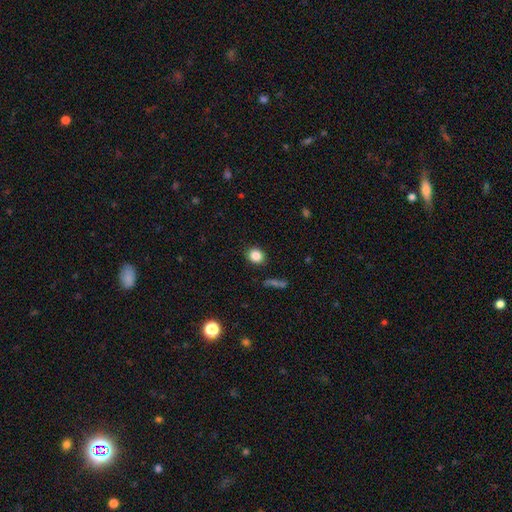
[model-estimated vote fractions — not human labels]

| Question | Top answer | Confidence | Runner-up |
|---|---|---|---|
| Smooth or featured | smooth | 85% | star or artifact (10%) |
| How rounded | round | 68% | in between (31%) |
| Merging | none | 88% | minor disturbance (8%) |